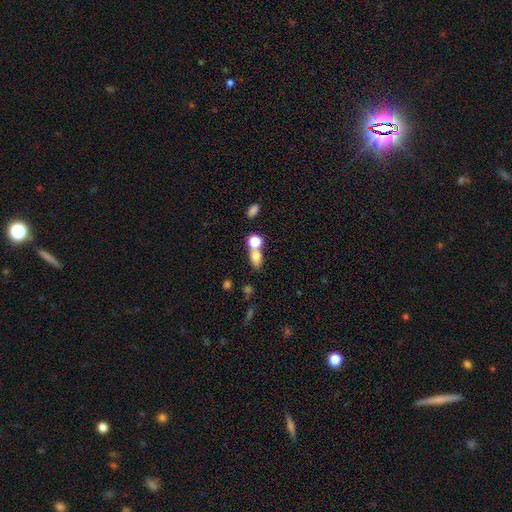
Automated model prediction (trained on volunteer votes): The model was most divided on "merging": merger: 44%, none: 42%, minor disturbance: 9%, major disturbance: 5%. More confident: smooth or featured — smooth (72%); how rounded — in between (60%).